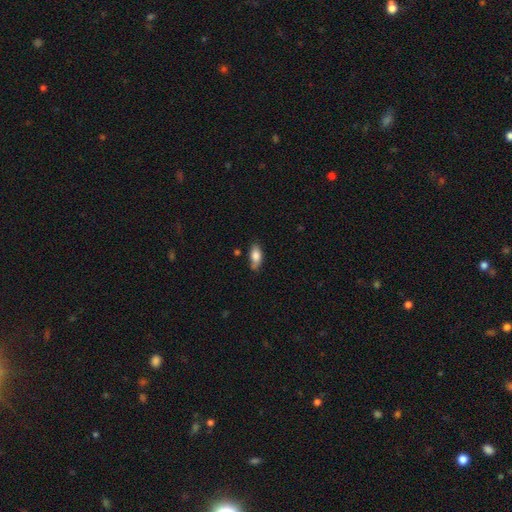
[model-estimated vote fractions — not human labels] Smooth or featured?
  - smooth: 80% *
  - featured or disk: 13%
  - star or artifact: 7%
How rounded?
  - in between: 88% *
  - cigar-shaped: 9%
  - round: 4%
Merging?
  - none: 63% *
  - minor disturbance: 28%
  - major disturbance: 5%
  - merger: 3%